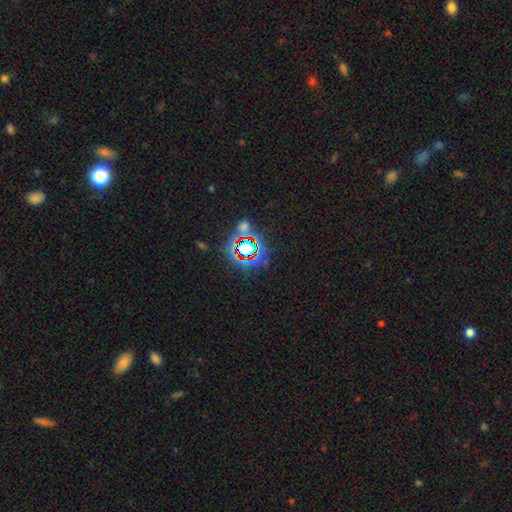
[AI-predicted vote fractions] Q: Smooth or featured?
A: star or artifact (73%); runner-up: smooth (16%)